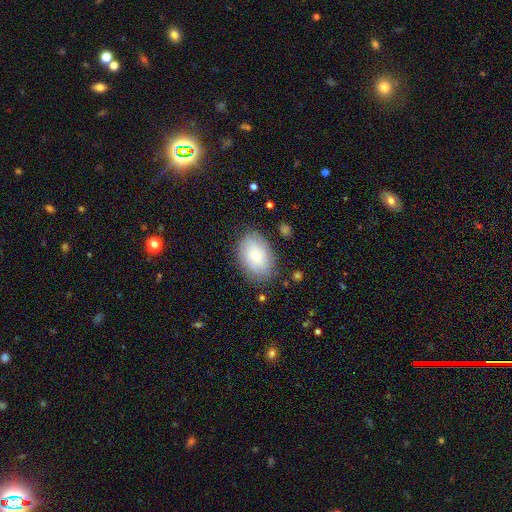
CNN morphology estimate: Smooth or featured? Predicted: smooth (p=0.65). How rounded? Predicted: in between (p=0.85). Merging? Predicted: none (p=0.79).